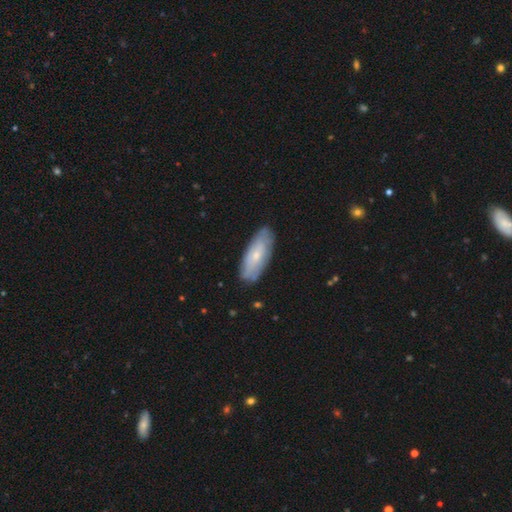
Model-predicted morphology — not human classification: The model was most divided on "smooth or featured": smooth: 51%, featured or disk: 43%, star or artifact: 6%. More confident: merging — none (80%); how rounded — in between (74%).